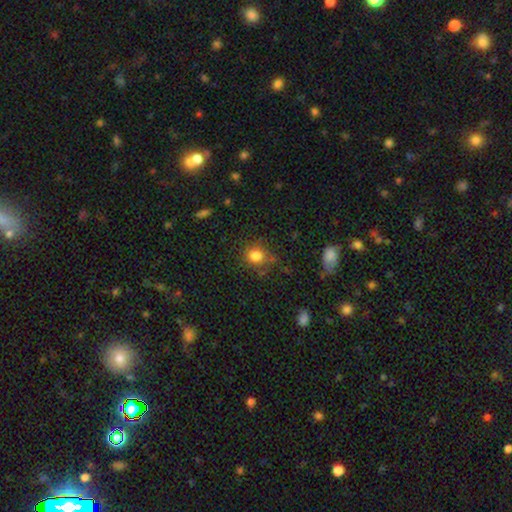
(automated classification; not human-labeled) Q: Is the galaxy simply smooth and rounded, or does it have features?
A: smooth — 82%.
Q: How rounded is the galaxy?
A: round — 84%.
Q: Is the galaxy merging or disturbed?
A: none — 75%.